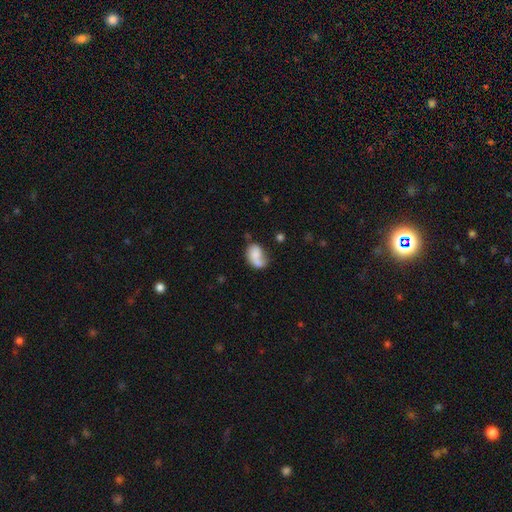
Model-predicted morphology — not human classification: Smooth or featured?
  - smooth: 67% *
  - featured or disk: 24%
  - star or artifact: 8%
How rounded?
  - in between: 80% *
  - round: 19%
  - cigar-shaped: 2%
Merging?
  - merger: 33% *
  - none: 31%
  - minor disturbance: 21%
  - major disturbance: 14%